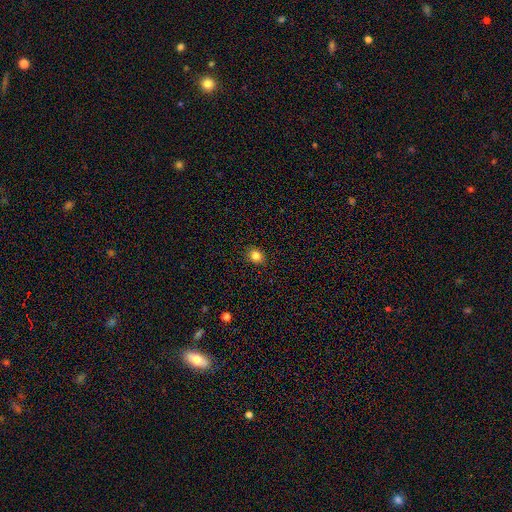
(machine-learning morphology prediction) Q: Smooth or featured?
A: smooth (83%); runner-up: star or artifact (12%)
Q: How rounded?
A: round (62%); runner-up: in between (37%)
Q: Merging?
A: none (89%); runner-up: minor disturbance (8%)